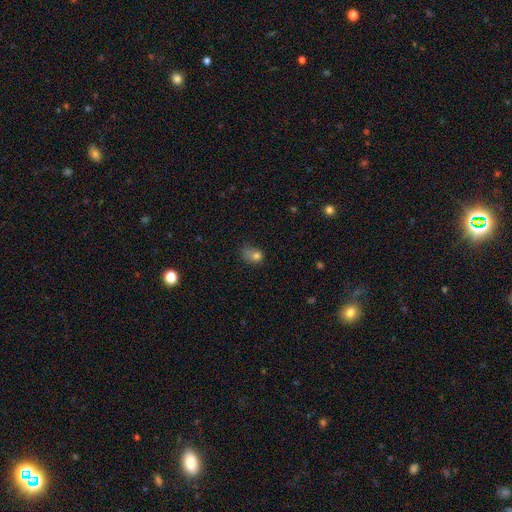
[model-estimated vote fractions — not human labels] smooth 75%, star or artifact 14%, featured or disk 11%. Down the decision tree: how rounded — in between (59%); merging — minor disturbance (35%).